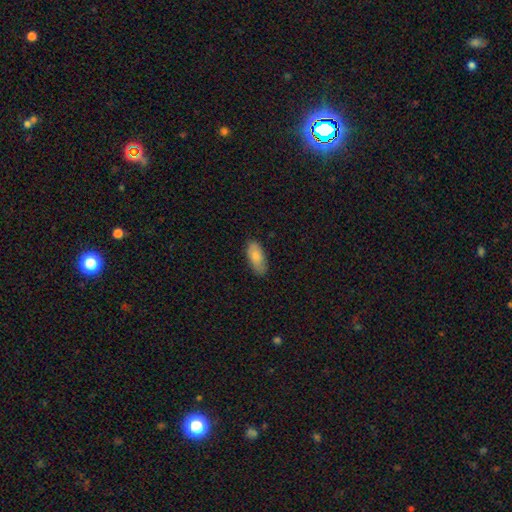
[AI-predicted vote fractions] Smooth or featured? Predicted: smooth (p=0.82). How rounded? Predicted: in between (p=0.87). Merging? Predicted: none (p=0.82).